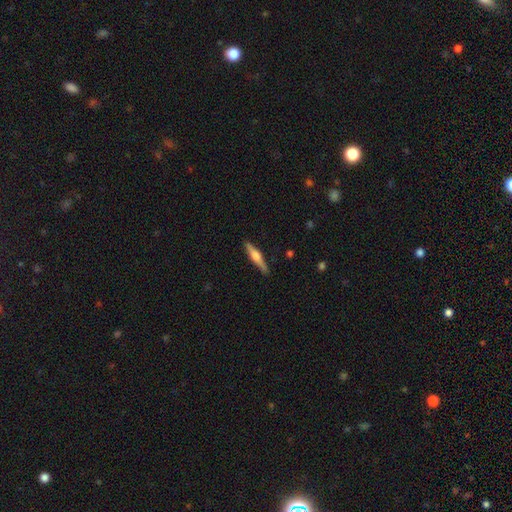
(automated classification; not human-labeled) A featured or disk galaxy (57%) viewed edge-on (97%) with a rounded central bulge (84%). Merging: none (88%).